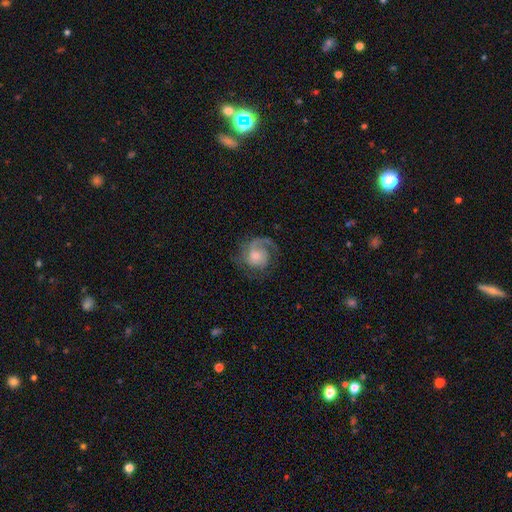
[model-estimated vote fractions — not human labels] A featured or disk galaxy (74%) with no bar (73%), 1 (56%) medium (41%) spiral arms (92%) and a moderate central bulge (49%).

Vote fractions:
- Smooth or featured? featured or disk: 74% / smooth: 19% / star or artifact: 7%
- Edge-on disk? no: 98% / yes: 2%
- Bar? no: 73% / weak: 23% / strong: 4%
- Spiral arms? yes: 92% / no: 8%
- Spiral winding? medium: 41% / tight: 36% / loose: 22%
- Spiral arm count? 1: 56% / 2: 25% / can't tell: 10% / 3: 5% / 4: 2% / more than 4: 2%
- Bulge size? moderate: 49% / small: 40% / large: 7% / none: 3% / dominant: 1%
- Merging? none: 63% / major disturbance: 18% / minor disturbance: 17% / merger: 1%